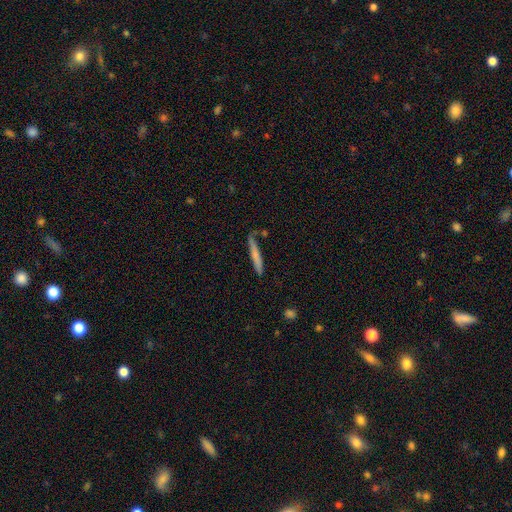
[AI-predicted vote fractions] smooth 68%, featured or disk 26%, star or artifact 6%. Down the decision tree: how rounded — cigar-shaped (95%); merging — none (80%).